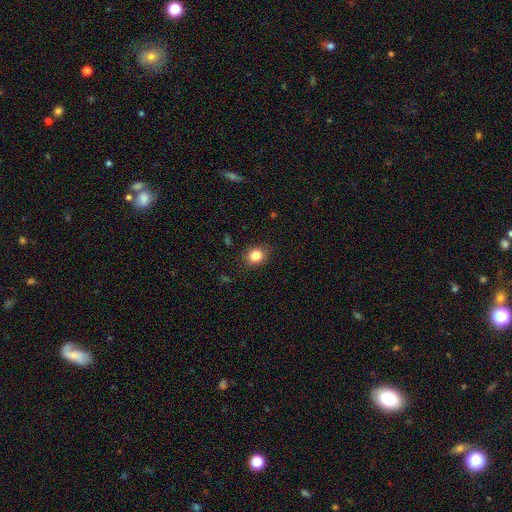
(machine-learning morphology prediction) Smooth or featured?
  - smooth: 84% *
  - star or artifact: 10%
  - featured or disk: 5%
How rounded?
  - round: 59% *
  - in between: 40%
  - cigar-shaped: 1%
Merging?
  - none: 85% *
  - minor disturbance: 11%
  - major disturbance: 3%
  - merger: 1%